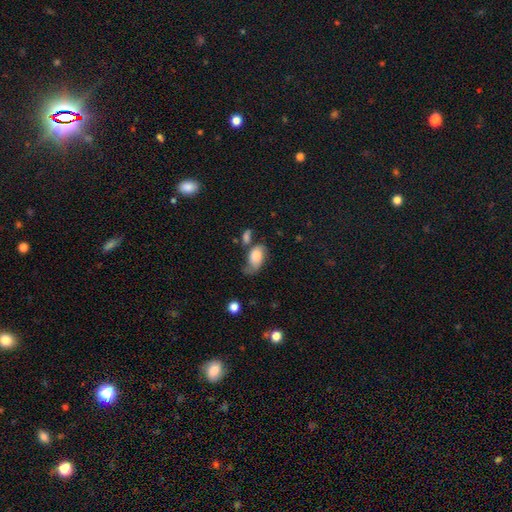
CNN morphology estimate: Smooth or featured? Predicted: smooth (p=0.68). How rounded? Predicted: in between (p=0.90). Merging? Predicted: none (p=0.30).